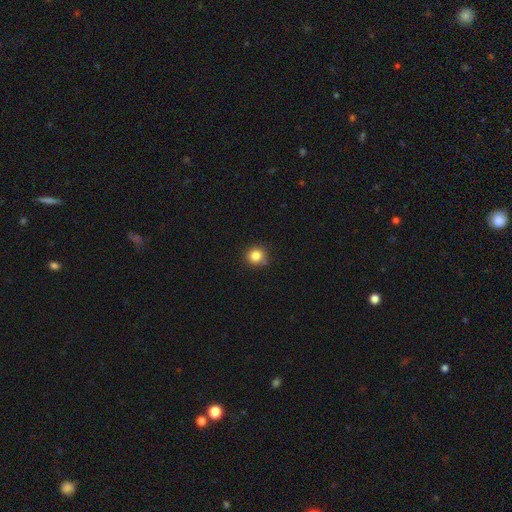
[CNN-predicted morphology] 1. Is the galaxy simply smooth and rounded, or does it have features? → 84% smooth, 11% star or artifact, 4% featured or disk.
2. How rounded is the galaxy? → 92% round, 7% in between, 1% cigar-shaped.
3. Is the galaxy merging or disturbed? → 82% none, 12% minor disturbance, 4% merger, 2% major disturbance.